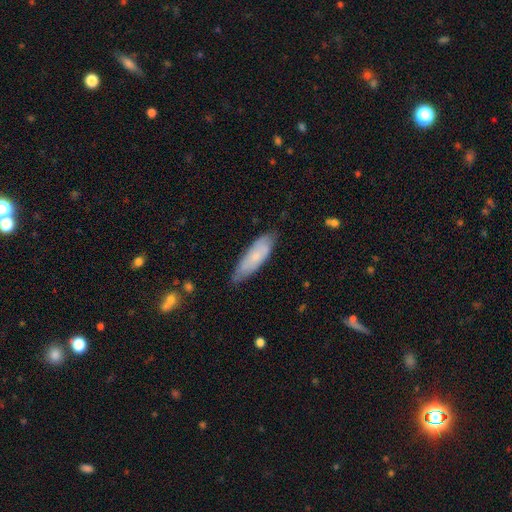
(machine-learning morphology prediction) smooth 66%, featured or disk 27%, star or artifact 6%. Down the decision tree: how rounded — in between (50%); merging — none (69%).